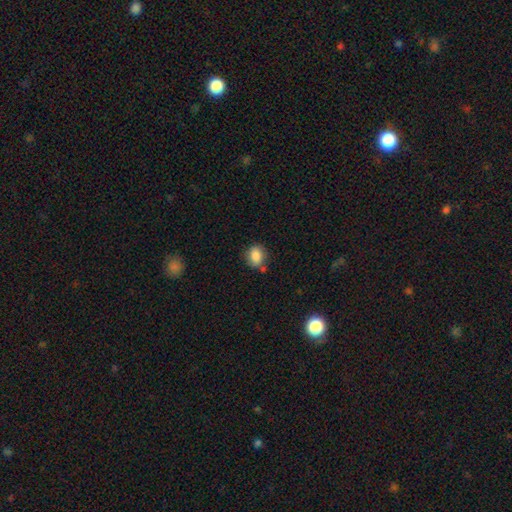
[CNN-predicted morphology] This is clearly a smooth galaxy (86%). How rounded: possibly round (54%). Merging: likely none (71%).